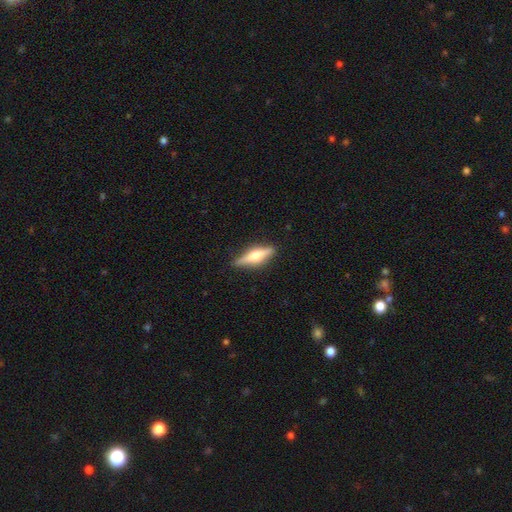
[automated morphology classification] Smooth or featured: featured or disk — 63% (smooth — 31%)
Edge-on disk: yes — 96% (no — 4%)
Edge-on bulge: rounded — 93% (boxy — 5%)
Merging: none — 87% (minor disturbance — 9%)